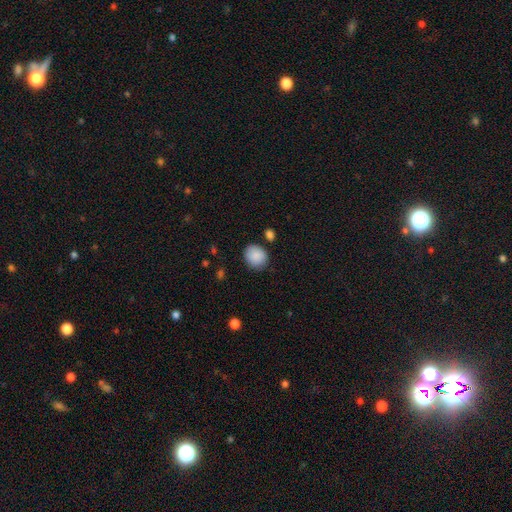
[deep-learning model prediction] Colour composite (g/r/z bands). It shows a smooth galaxy with no disk features (89%) that is round (75%). Merging: none (80%).